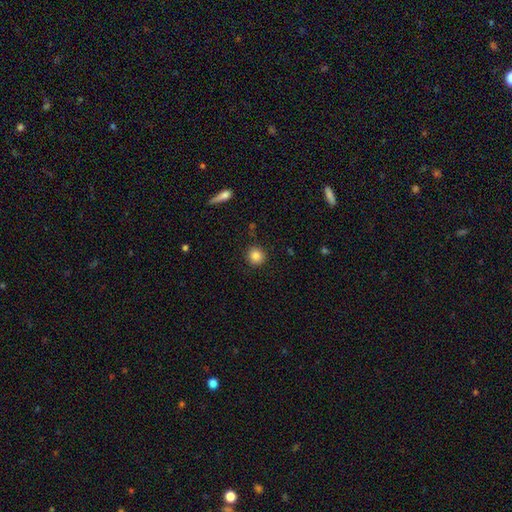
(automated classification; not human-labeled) smooth 85%, star or artifact 10%, featured or disk 5%. Down the decision tree: how rounded — round (92%); merging — none (90%).